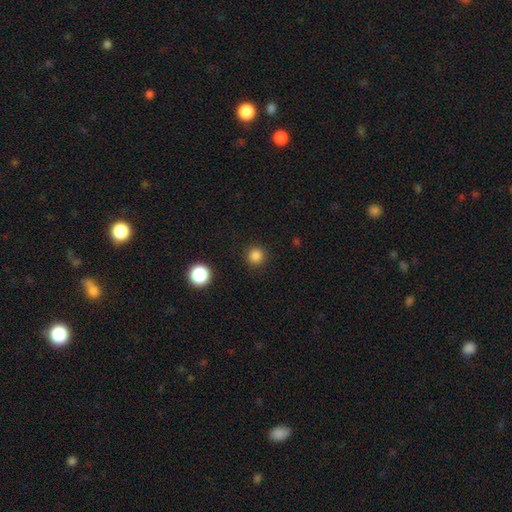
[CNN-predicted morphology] Smooth or featured?
  - smooth: 83% *
  - star or artifact: 13%
  - featured or disk: 4%
How rounded?
  - round: 95% *
  - in between: 5%
  - cigar-shaped: 1%
Merging?
  - none: 91% *
  - minor disturbance: 6%
  - major disturbance: 2%
  - merger: 1%